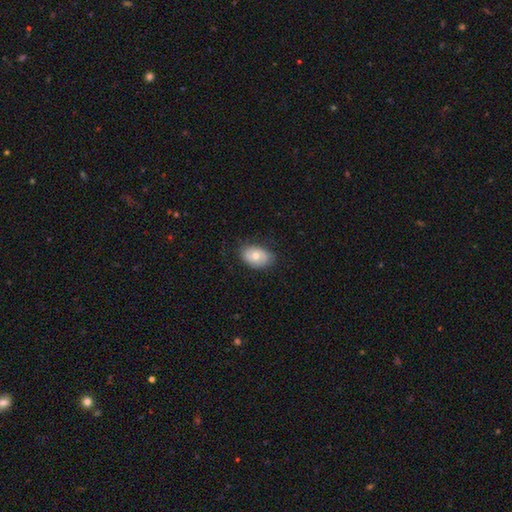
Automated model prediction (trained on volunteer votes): smooth_or_featured: smooth (p=0.51) [alt: featured or disk p=0.41]
how_rounded: in between (p=0.80) [alt: round p=0.19]
merging: none (p=0.78) [alt: minor disturbance p=0.17]